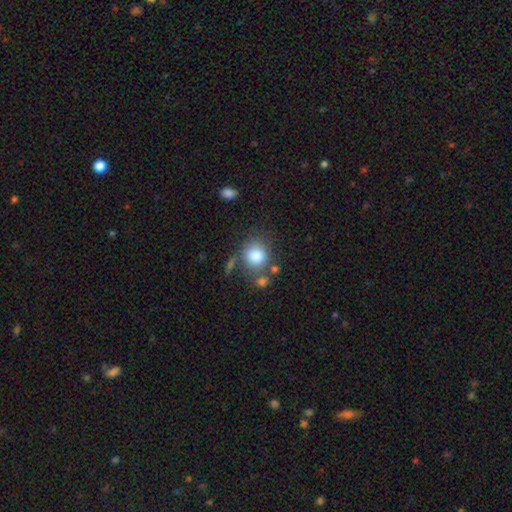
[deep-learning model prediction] A smooth galaxy with no disk features (82%) that is round (75%).

Vote fractions:
- Smooth or featured? smooth: 82% / star or artifact: 9% / featured or disk: 8%
- How rounded? round: 75% / in between: 24% / cigar-shaped: 1%
- Merging? none: 62% / minor disturbance: 16% / merger: 14% / major disturbance: 8%